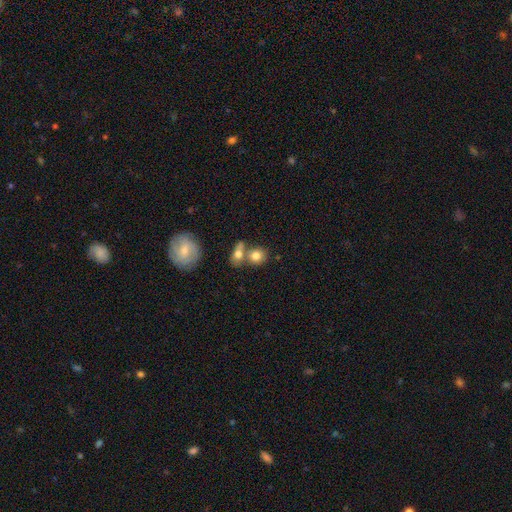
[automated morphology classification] This appears to be a smooth galaxy with no disk features (77%) that is round (69%). Merging: merger (44%).